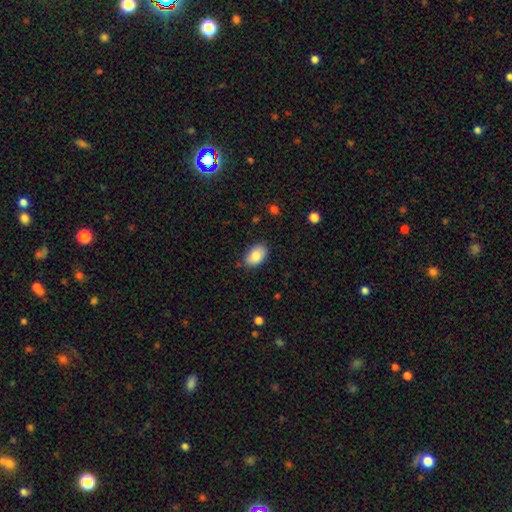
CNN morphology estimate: Overall: smooth (85%). How rounded: in between (91%). Merging: none (82%).